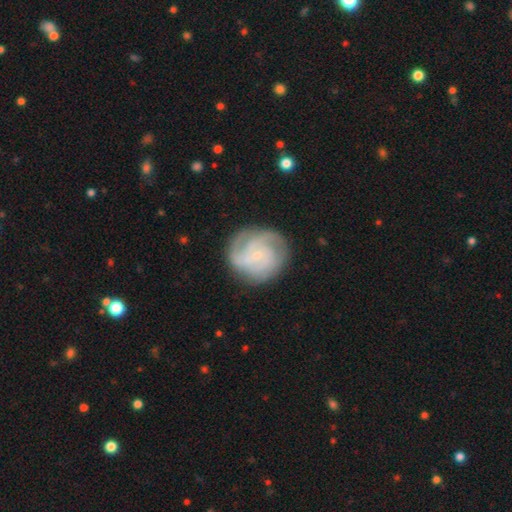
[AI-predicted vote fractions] smooth-or-featured: featured or disk: 81% | smooth: 13% | star or artifact: 6%
  disk-edge-on: no: 98% | yes: 2%
    bar: no: 64% | weak: 30% | strong: 6%
    has-spiral-arms: yes: 96% | no: 4%
      spiral-winding: tight: 59% | medium: 34% | loose: 7%
      spiral-arm-count: 3: 40% | can't tell: 19% | 2: 15% | 4: 15% | more than 4: 5% | 1: 5%
    bulge-size: small: 81% | moderate: 12% | none: 5% | large: 1% | dominant: 1%
  merging: none: 78% | minor disturbance: 15% | major disturbance: 6% | merger: 1%